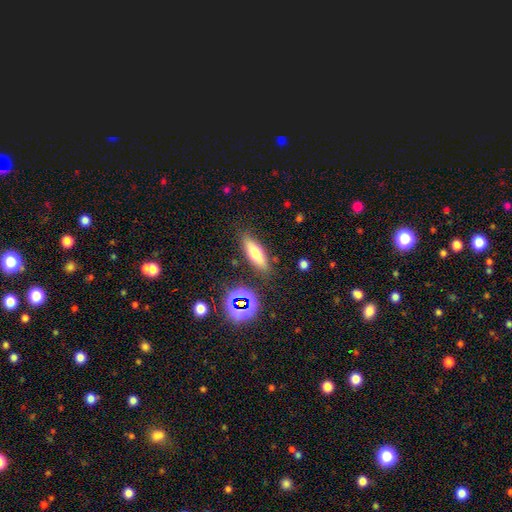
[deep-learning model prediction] This appears to be a smooth galaxy with no disk features (60%) that is in between round and cigar-shaped (48%). Merging: none (82%).